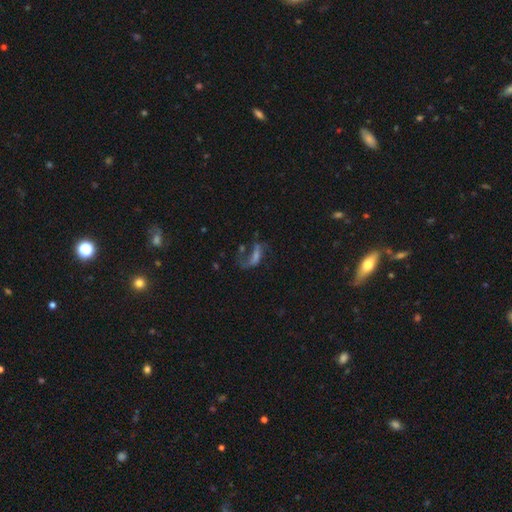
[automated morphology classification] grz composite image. It shows a featured or disk galaxy (52%). Merging: major disturbance (40%).